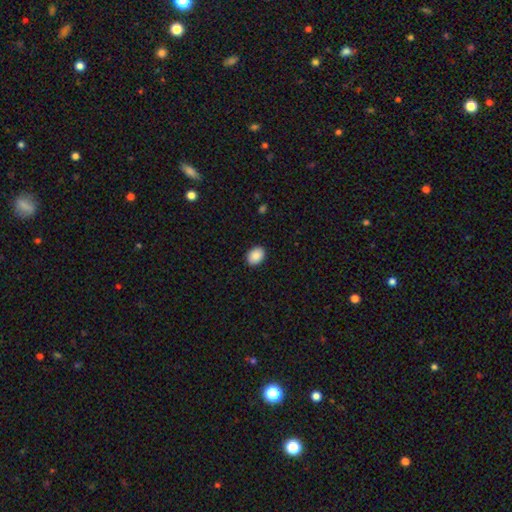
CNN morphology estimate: smooth-or-featured: smooth: 90% | star or artifact: 7% | featured or disk: 3%
  how-rounded: in between: 72% | round: 27% | cigar-shaped: 1%
  merging: none: 90% | minor disturbance: 7% | major disturbance: 2% | merger: 1%